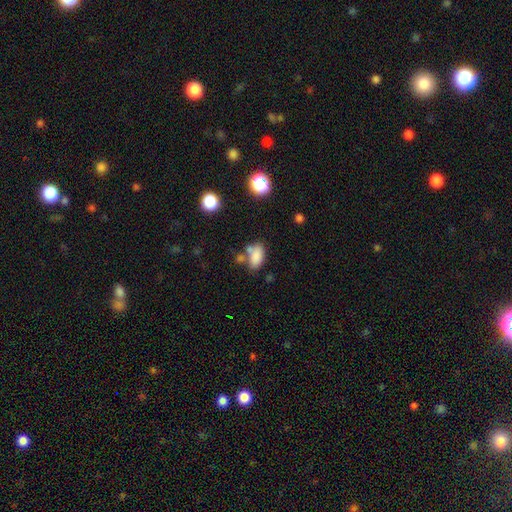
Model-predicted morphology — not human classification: Smooth or featured? Predicted: smooth (p=0.82). How rounded? Predicted: in between (p=0.90). Merging? Predicted: none (p=0.51).